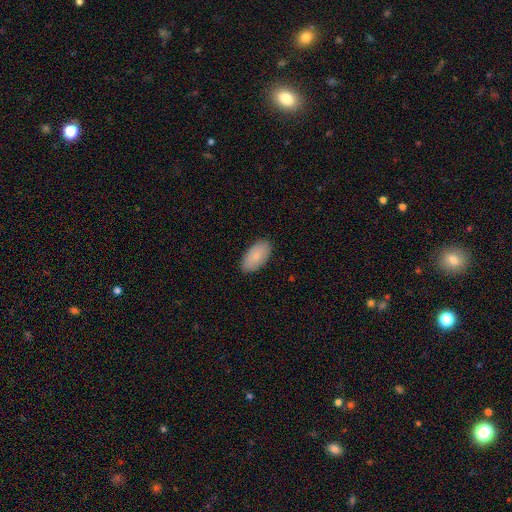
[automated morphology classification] Smooth or featured? Predicted: smooth (p=0.84). How rounded? Predicted: in between (p=0.95). Merging? Predicted: none (p=0.88).